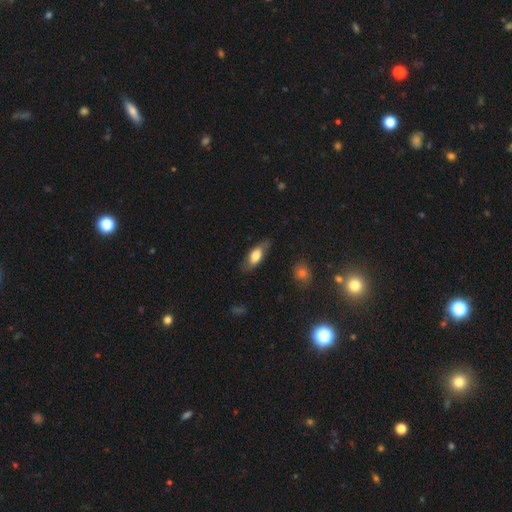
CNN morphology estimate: type=smooth (67%); roundness=in between (77%); merging=none (76%).